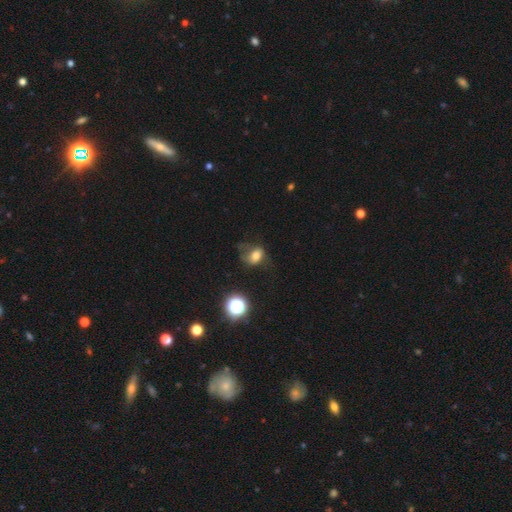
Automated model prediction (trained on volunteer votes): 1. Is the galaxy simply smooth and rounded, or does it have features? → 68% smooth, 18% featured or disk, 14% star or artifact.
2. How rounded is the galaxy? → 63% in between, 36% round, 1% cigar-shaped.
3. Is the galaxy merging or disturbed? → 38% none, 29% minor disturbance, 29% major disturbance, 3% merger.